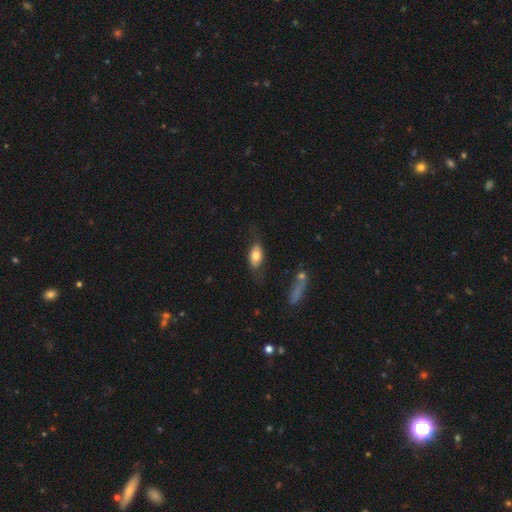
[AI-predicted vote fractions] smooth_or_featured: smooth (p=0.70) [alt: featured or disk p=0.24]
how_rounded: in between (p=0.86) [alt: cigar-shaped p=0.09]
merging: none (p=0.64) [alt: minor disturbance p=0.22]